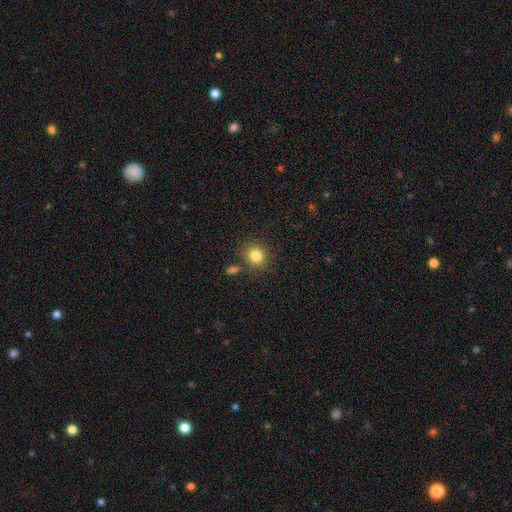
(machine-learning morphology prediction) Smooth or featured?
  - smooth: 83% *
  - star or artifact: 11%
  - featured or disk: 6%
How rounded?
  - round: 80% *
  - in between: 19%
  - cigar-shaped: 1%
Merging?
  - none: 80% *
  - minor disturbance: 10%
  - merger: 6%
  - major disturbance: 3%